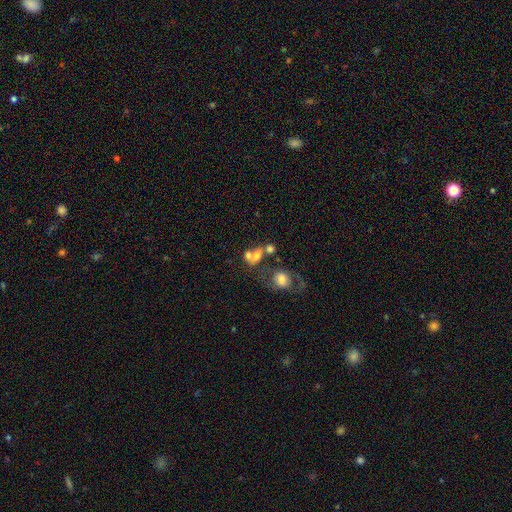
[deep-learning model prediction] Overall: smooth (63%). How rounded: in between (54%; round 44%). Merging: merger (55%; none 25%).